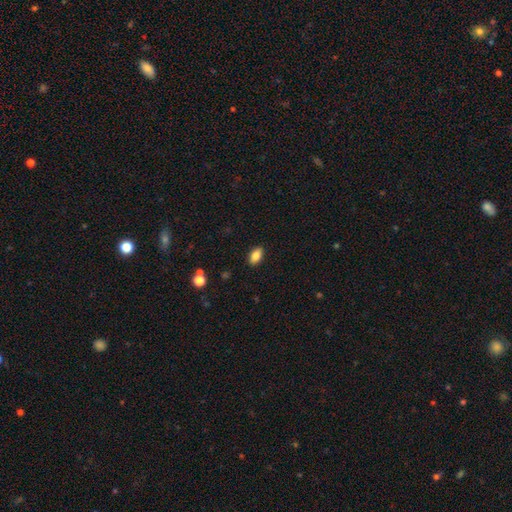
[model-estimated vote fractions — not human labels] smooth_or_featured: smooth (p=0.83) [alt: featured or disk p=0.09]
how_rounded: in between (p=0.91) [alt: round p=0.06]
merging: none (p=0.89) [alt: minor disturbance p=0.08]